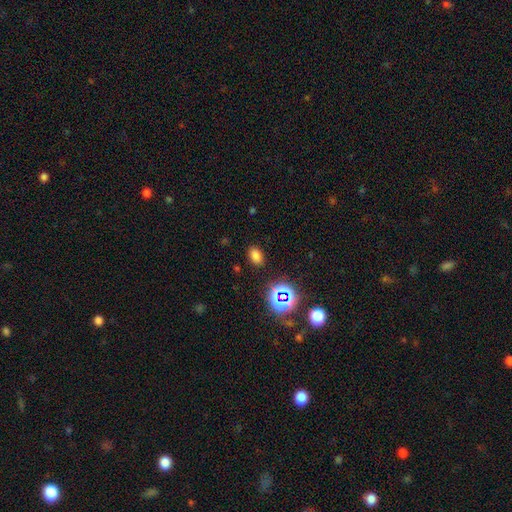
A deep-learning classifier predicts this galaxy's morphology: Q: Smooth or featured?
A: smooth (73%); runner-up: star or artifact (22%)
Q: How rounded?
A: in between (82%); runner-up: round (16%)
Q: Merging?
A: none (86%); runner-up: minor disturbance (9%)